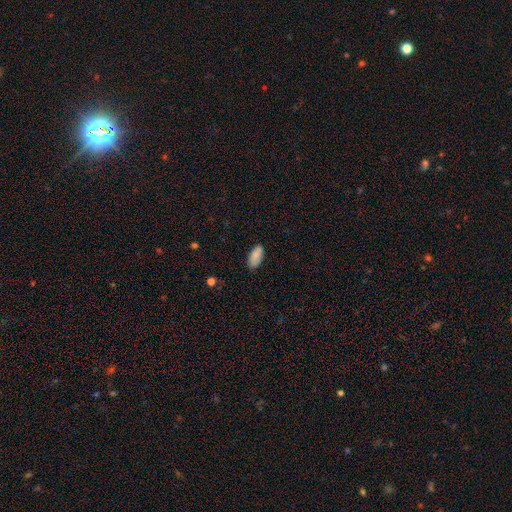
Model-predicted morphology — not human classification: Smooth or featured? Predicted: smooth (p=0.88). How rounded? Predicted: in between (p=0.93). Merging? Predicted: none (p=0.85).